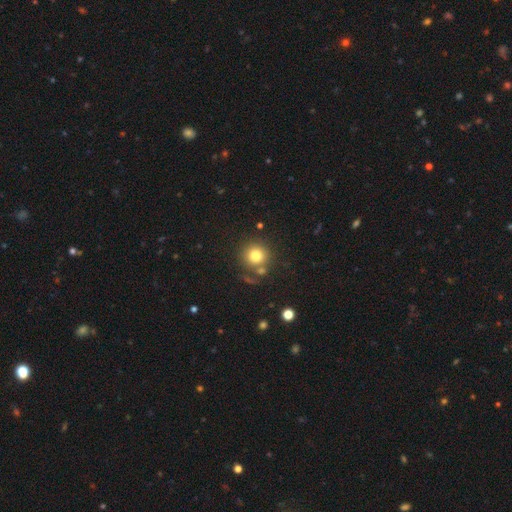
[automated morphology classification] smooth-or-featured: smooth: 82% | star or artifact: 11% | featured or disk: 7%
  how-rounded: round: 91% | in between: 8% | cigar-shaped: 1%
  merging: none: 72% | merger: 12% | minor disturbance: 11% | major disturbance: 5%